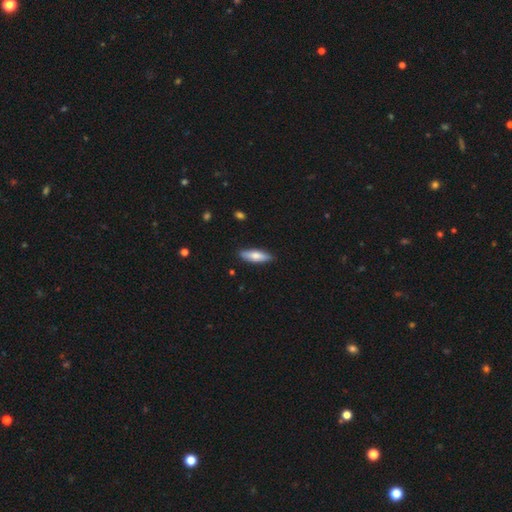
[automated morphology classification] Overall: smooth (70%). How rounded: cigar-shaped (50%; in between 48%). Merging: none (86%).